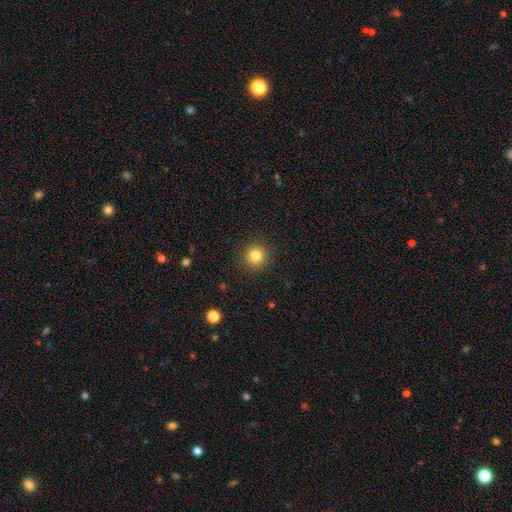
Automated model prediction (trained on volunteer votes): Smooth or featured? Predicted: smooth (p=0.83). How rounded? Predicted: round (p=0.94). Merging? Predicted: none (p=0.91).